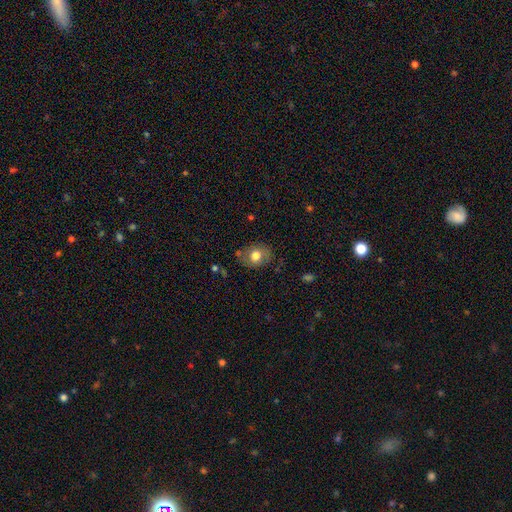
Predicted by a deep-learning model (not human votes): Smooth or featured? smooth (71%)
How rounded? round (52%)
Merging? none (75%)